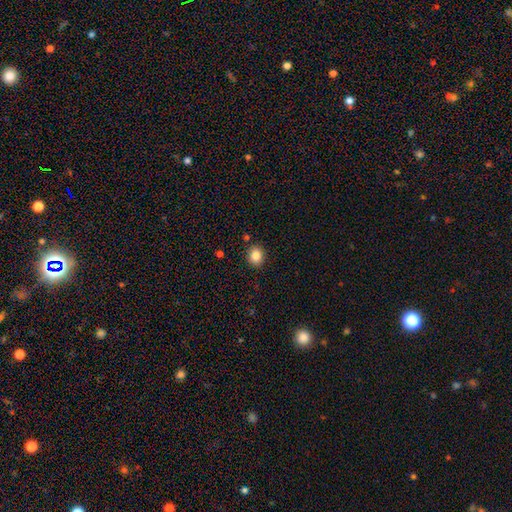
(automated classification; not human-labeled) A smooth galaxy with no disk features (85%) that is round (67%). Merging: none (88%).